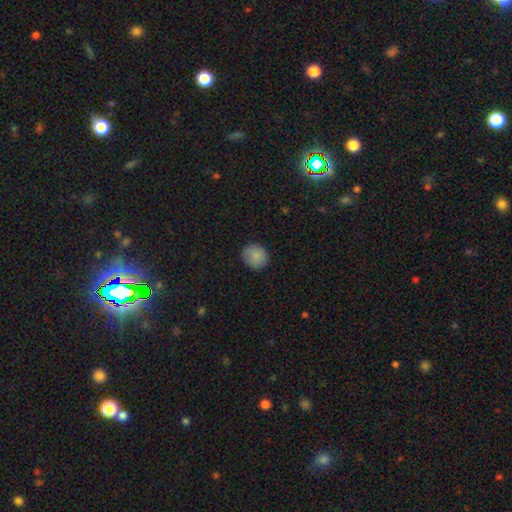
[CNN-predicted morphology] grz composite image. It shows a smooth galaxy with no disk features (87%) that is round (86%). Merging: none (86%).